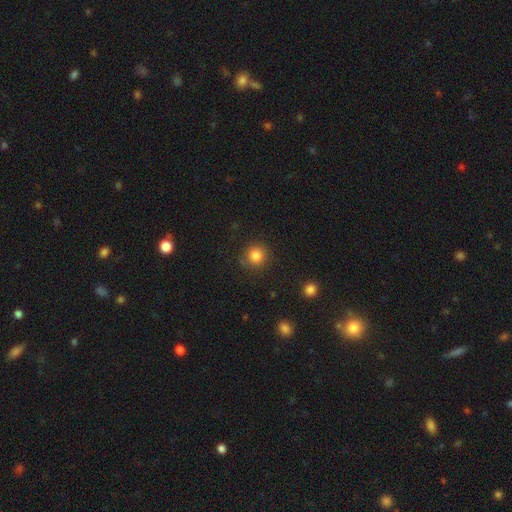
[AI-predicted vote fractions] Q: Smooth or featured?
A: smooth (83%); runner-up: star or artifact (12%)
Q: How rounded?
A: round (92%); runner-up: in between (7%)
Q: Merging?
A: none (86%); runner-up: minor disturbance (9%)